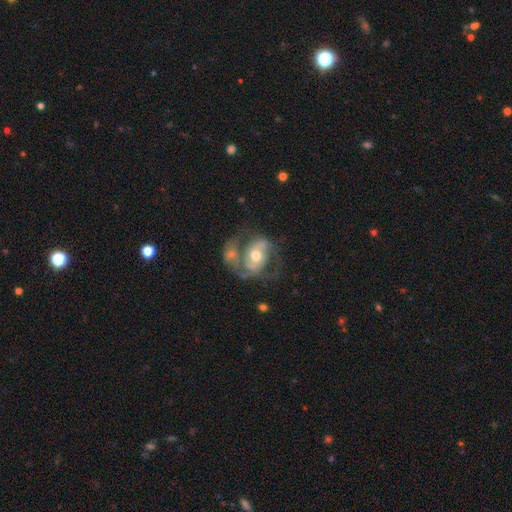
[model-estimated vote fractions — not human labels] Morphology: type=featured or disk (71%); edge-on=no (97%); bar=no (61%); spiral arms=yes (70%); bulge=moderate (73%); merging=none (29%, tied with merger).